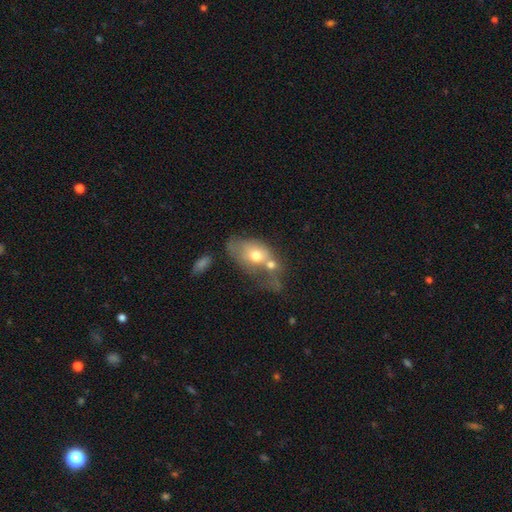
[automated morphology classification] Q: Smooth or featured?
A: smooth (63%); runner-up: featured or disk (29%)
Q: How rounded?
A: in between (79%); runner-up: round (19%)
Q: Merging?
A: merger (54%); runner-up: none (17%)